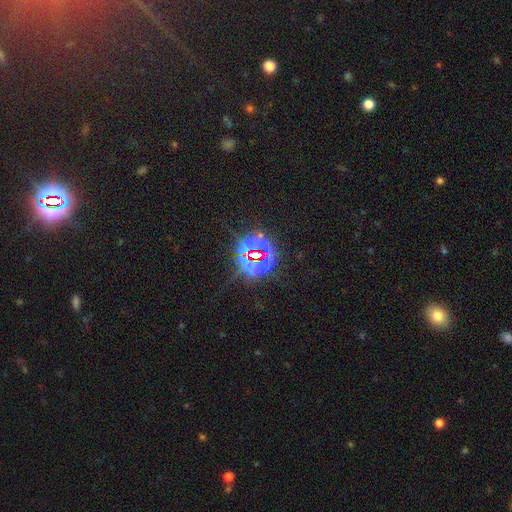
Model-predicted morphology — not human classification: smooth-or-featured: star or artifact: 81% | smooth: 11% | featured or disk: 8%